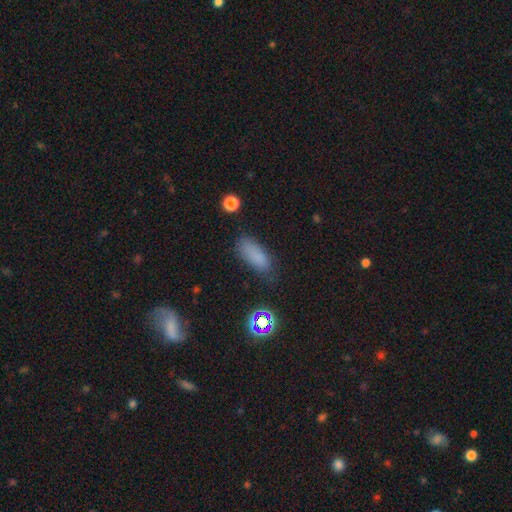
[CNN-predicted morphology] Smooth or featured: smooth — 78% (star or artifact — 15%)
How rounded: in between — 75% (cigar-shaped — 22%)
Merging: none — 70% (minor disturbance — 20%)